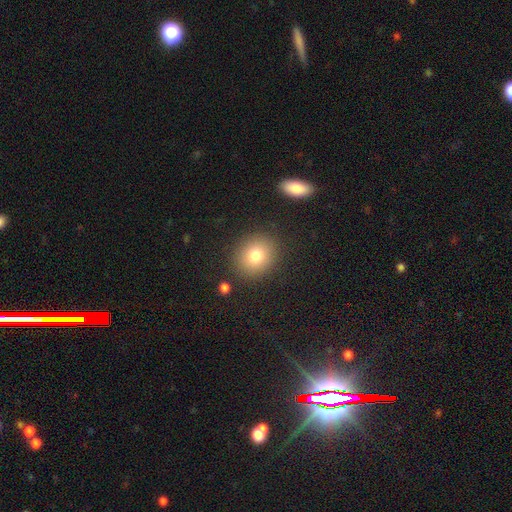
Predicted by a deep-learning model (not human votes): Smooth or featured? Predicted: smooth (p=0.79). How rounded? Predicted: round (p=0.73). Merging? Predicted: none (p=0.87).